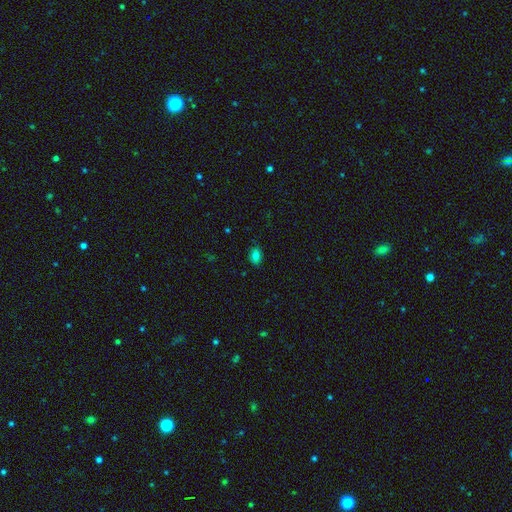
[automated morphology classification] type=smooth (79%); roundness=in between (79%); merging=none (84%).